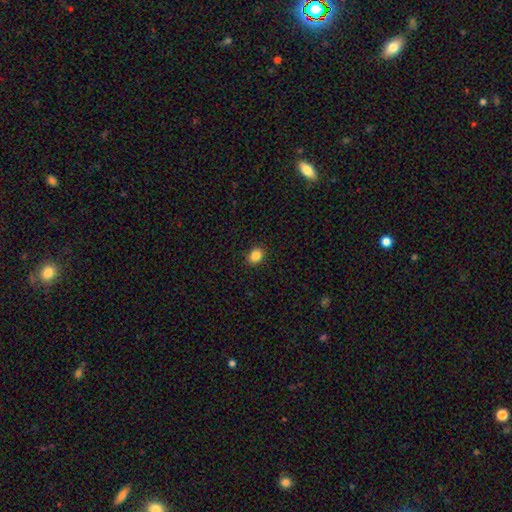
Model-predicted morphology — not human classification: A smooth galaxy with no disk features (86%) that is round (57%).

Vote fractions:
- Smooth or featured? smooth: 86% / star or artifact: 10% / featured or disk: 4%
- How rounded? round: 57% / in between: 42% / cigar-shaped: 1%
- Merging? none: 90% / minor disturbance: 7% / major disturbance: 2% / merger: 1%